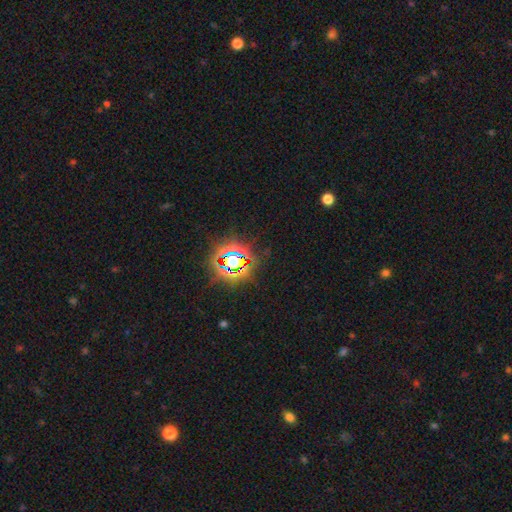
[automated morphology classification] This appears to be a star or artifact, not a galaxy (82%).